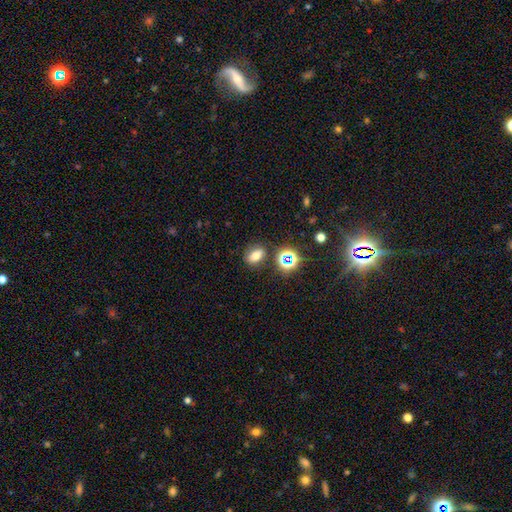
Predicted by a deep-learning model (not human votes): Q: Smooth or featured?
A: smooth (66%); runner-up: star or artifact (23%)
Q: How rounded?
A: in between (73%); runner-up: round (24%)
Q: Merging?
A: none (77%); runner-up: minor disturbance (12%)